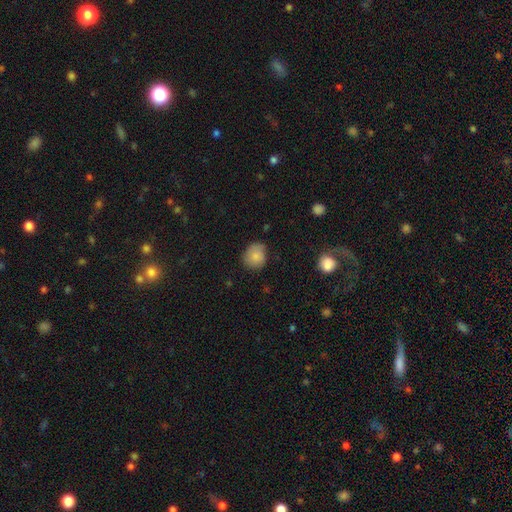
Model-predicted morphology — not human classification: This appears to be a smooth galaxy with no disk features (84%) that is round (76%). Merging: none (71%).